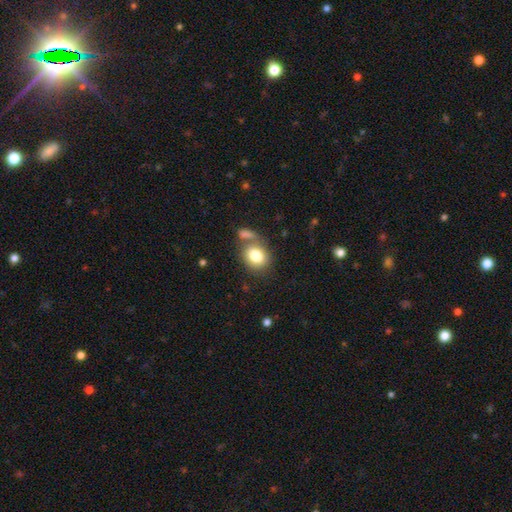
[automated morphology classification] The model was most divided on "how rounded": round: 51%, in between: 48%, cigar-shaped: 1%. More confident: smooth or featured — smooth (81%); merging — none (54%).